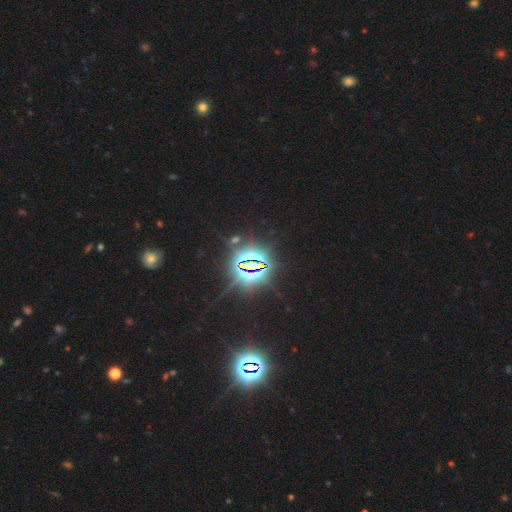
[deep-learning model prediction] smooth-or-featured: star or artifact: 85% | smooth: 8% | featured or disk: 7%